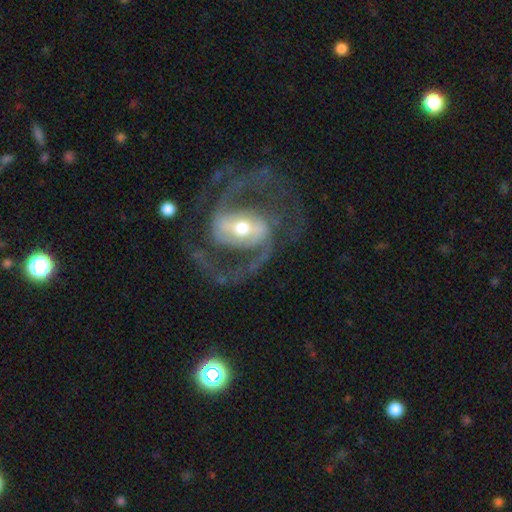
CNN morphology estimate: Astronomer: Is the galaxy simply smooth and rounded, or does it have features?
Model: featured or disk — 90%.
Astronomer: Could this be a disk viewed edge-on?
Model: no — 97%.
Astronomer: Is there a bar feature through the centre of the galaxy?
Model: strong — 49% (runner-up: weak, 31%).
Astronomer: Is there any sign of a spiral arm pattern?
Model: yes — 95%.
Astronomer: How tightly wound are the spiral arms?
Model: medium — 60%.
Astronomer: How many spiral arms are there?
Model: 2 — 90%.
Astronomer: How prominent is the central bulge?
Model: moderate — 50% (runner-up: small, 41%).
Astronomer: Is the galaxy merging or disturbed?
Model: none — 75%.